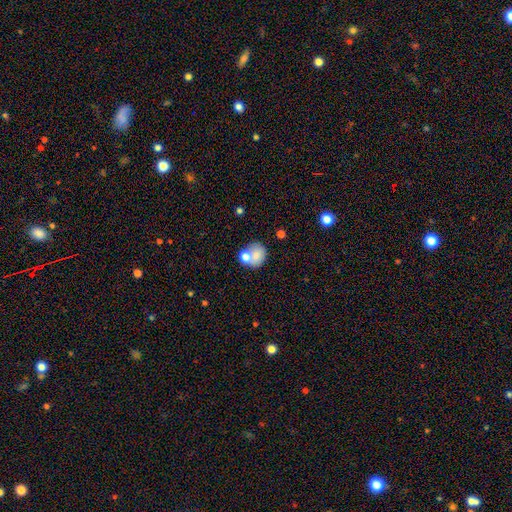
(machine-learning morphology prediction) smooth-or-featured: smooth: 73% | featured or disk: 17% | star or artifact: 10%
  how-rounded: round: 70% | in between: 29% | cigar-shaped: 1%
  merging: none: 48% | merger: 32% | minor disturbance: 14% | major disturbance: 6%